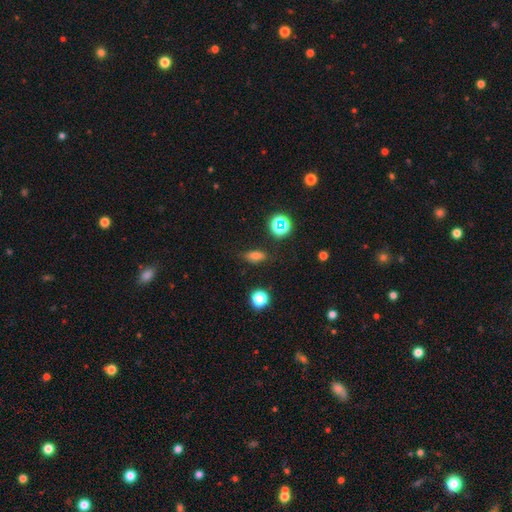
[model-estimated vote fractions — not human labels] Morphology: type=smooth (72%); roundness=in between (76%); merging=none (79%).